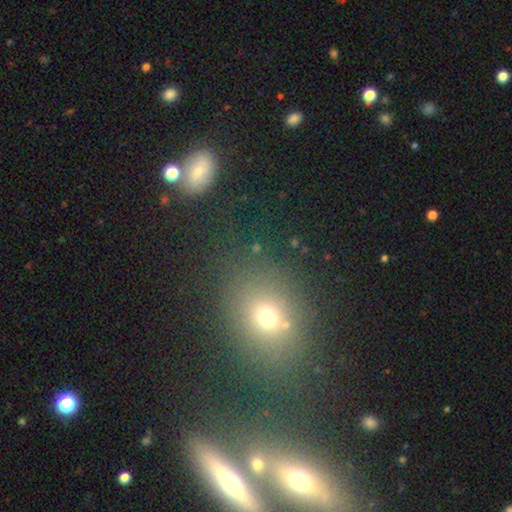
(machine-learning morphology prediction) smooth 53%, star or artifact 30%, featured or disk 17%. Down the decision tree: how rounded — round (50%); merging — none (76%).